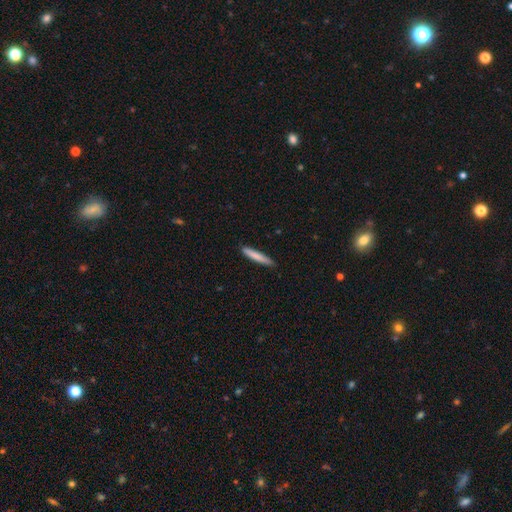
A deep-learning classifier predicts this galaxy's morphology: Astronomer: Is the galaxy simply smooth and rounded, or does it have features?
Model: smooth — 81%.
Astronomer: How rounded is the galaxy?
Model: cigar-shaped — 94%.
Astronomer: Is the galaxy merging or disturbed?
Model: none — 89%.